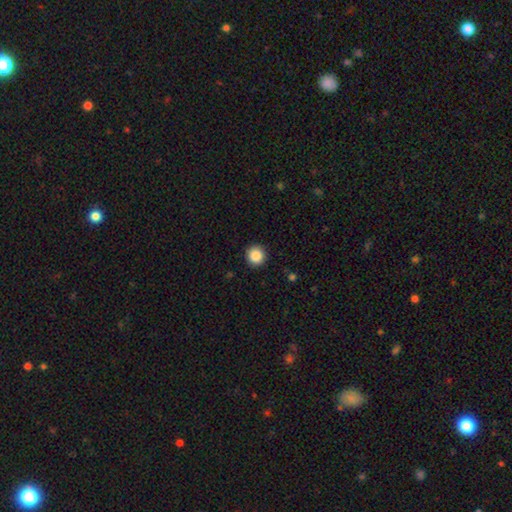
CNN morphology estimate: A smooth galaxy with no disk features (88%) that is round (95%). Merging: none (92%).